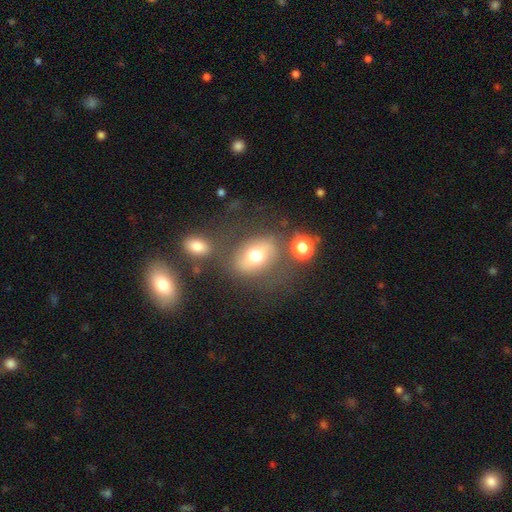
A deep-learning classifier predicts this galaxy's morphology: Smooth or featured? smooth (63%)
How rounded? in between (60%)
Merging? none (66%)